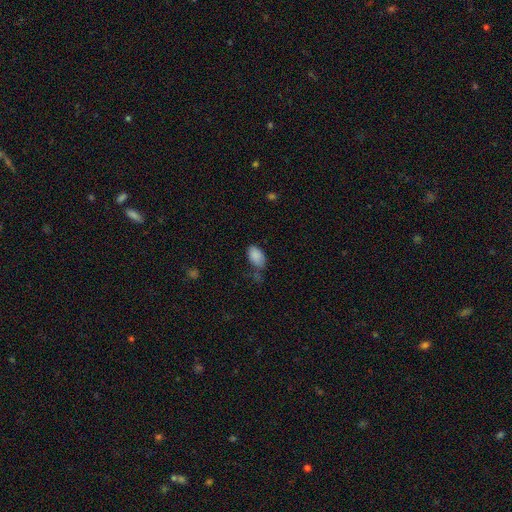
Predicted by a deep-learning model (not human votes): smooth_or_featured: smooth (p=0.87) [alt: star or artifact p=0.08]
how_rounded: in between (p=0.93) [alt: round p=0.06]
merging: none (p=0.52) [alt: minor disturbance p=0.30]